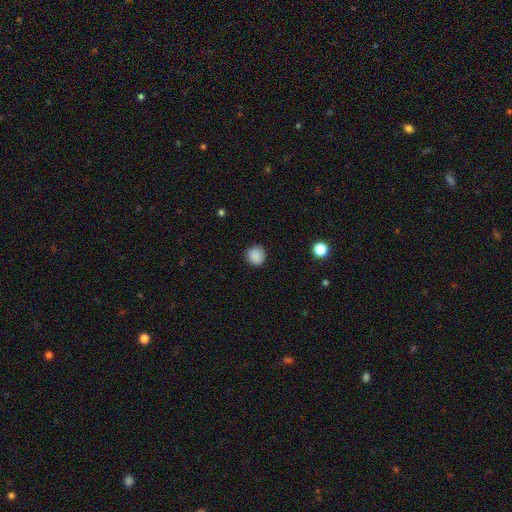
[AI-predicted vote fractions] This appears to be a smooth galaxy with no disk features (87%) that is round (93%). Merging: none (88%).